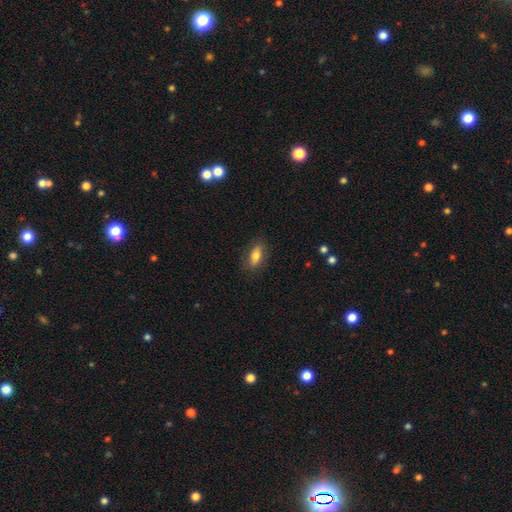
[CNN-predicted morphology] Smooth or featured? Predicted: smooth (p=0.75). How rounded? Predicted: in between (p=0.82). Merging? Predicted: none (p=0.81).